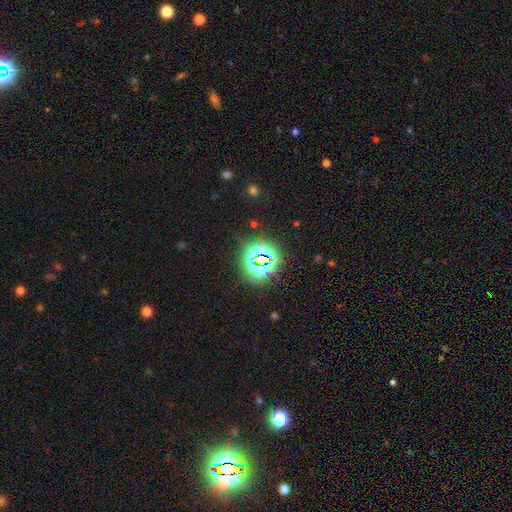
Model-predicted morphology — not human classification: This appears to be a star or artifact, not a galaxy (76%).